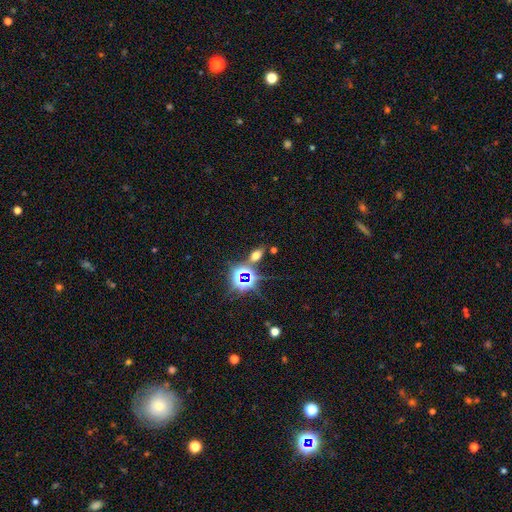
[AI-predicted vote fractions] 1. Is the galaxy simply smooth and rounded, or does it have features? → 48% smooth, 40% star or artifact, 13% featured or disk.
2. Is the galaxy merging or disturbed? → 75% none, 11% minor disturbance, 9% merger, 5% major disturbance.